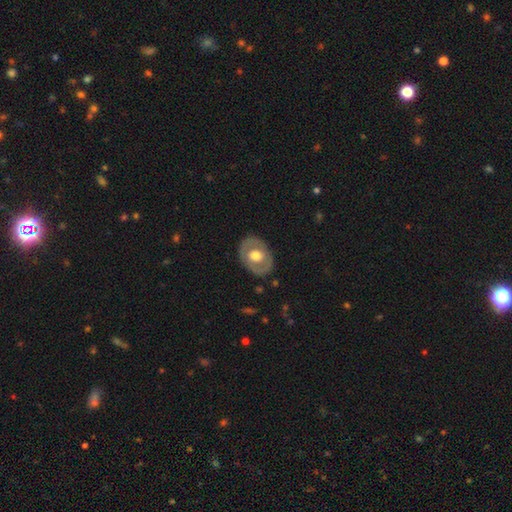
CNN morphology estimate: This is possibly a featured or disk galaxy (51%). It is clearly not viewed edge-on (93%). Merging: clearly none (82%).